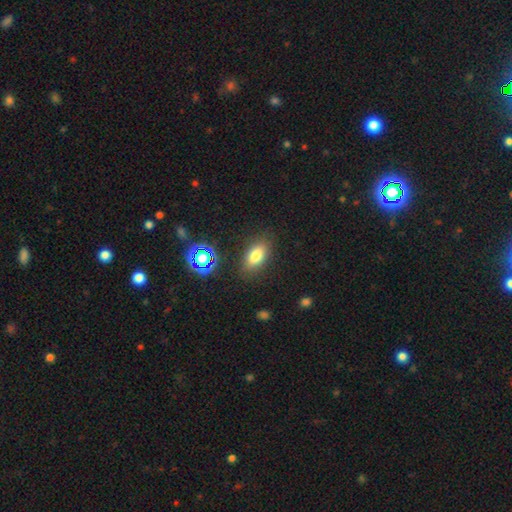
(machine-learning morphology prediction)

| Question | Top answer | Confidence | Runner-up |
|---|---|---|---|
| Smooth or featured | smooth | 78% | star or artifact (11%) |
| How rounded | in between | 88% | round (6%) |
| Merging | none | 85% | minor disturbance (10%) |